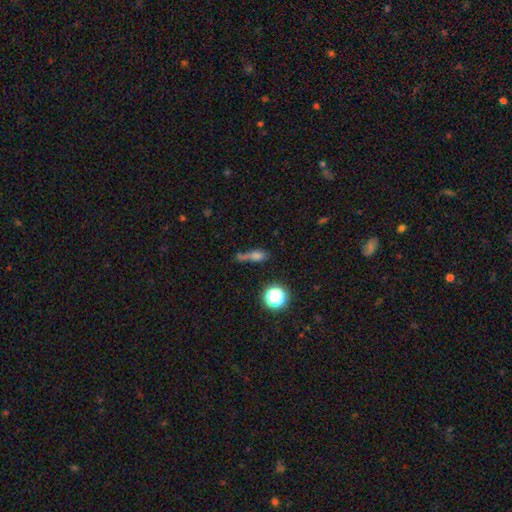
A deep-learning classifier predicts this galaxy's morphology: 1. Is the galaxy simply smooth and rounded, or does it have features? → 62% smooth, 20% star or artifact, 18% featured or disk.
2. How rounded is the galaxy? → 42% in between, 33% cigar-shaped, 25% round.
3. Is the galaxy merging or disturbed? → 43% none, 21% merger, 20% minor disturbance, 16% major disturbance.